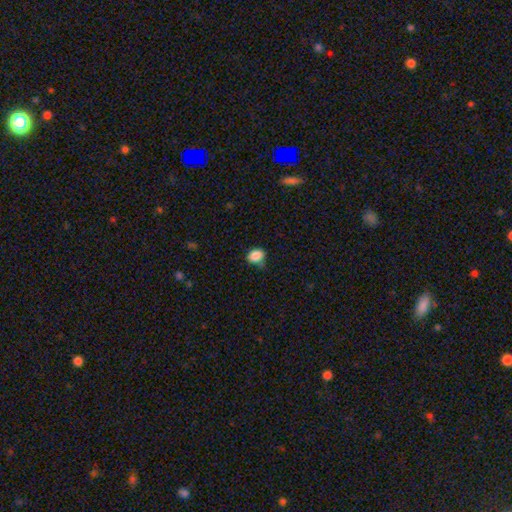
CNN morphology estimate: Smooth or featured: smooth — 87% (star or artifact — 9%)
How rounded: in between — 51% (round — 48%)
Merging: none — 66% (minor disturbance — 25%)